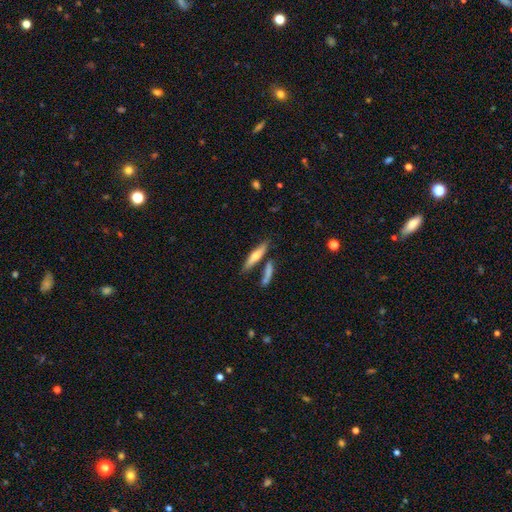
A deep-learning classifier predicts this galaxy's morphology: Smooth or featured: smooth — 52% (featured or disk — 42%)
How rounded: cigar-shaped — 80% (in between — 18%)
Merging: none — 68% (merger — 15%)